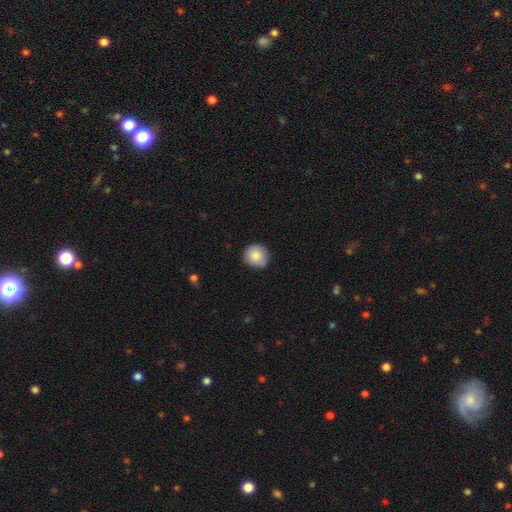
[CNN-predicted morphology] Smooth or featured: smooth — 85% (star or artifact — 8%)
How rounded: round — 89% (in between — 10%)
Merging: none — 82% (minor disturbance — 15%)